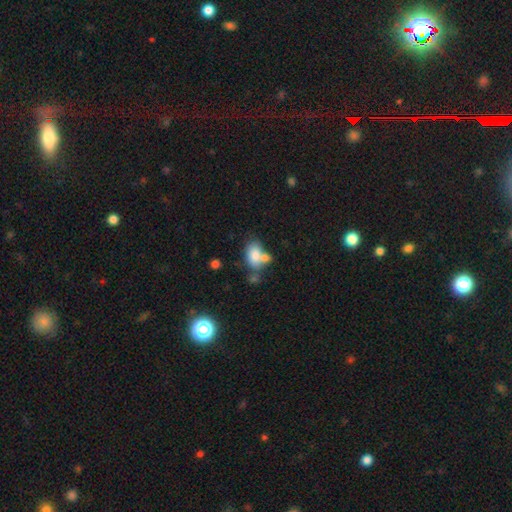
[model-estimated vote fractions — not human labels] Smooth or featured? smooth (78%)
How rounded? in between (83%)
Merging? merger (41%)